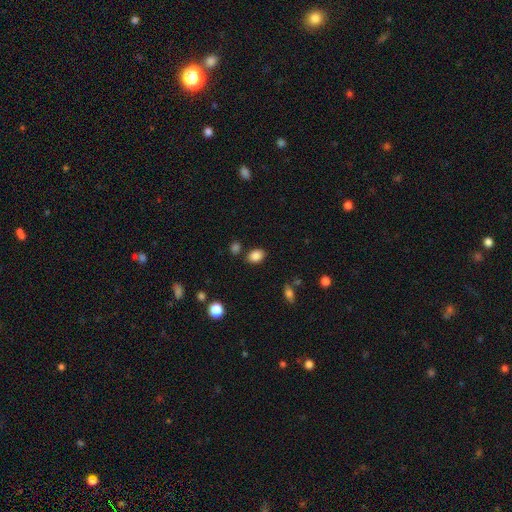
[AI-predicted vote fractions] smooth_or_featured: smooth (p=0.86) [alt: star or artifact p=0.10]
how_rounded: in between (p=0.73) [alt: round p=0.26]
merging: none (p=0.80) [alt: minor disturbance p=0.11]